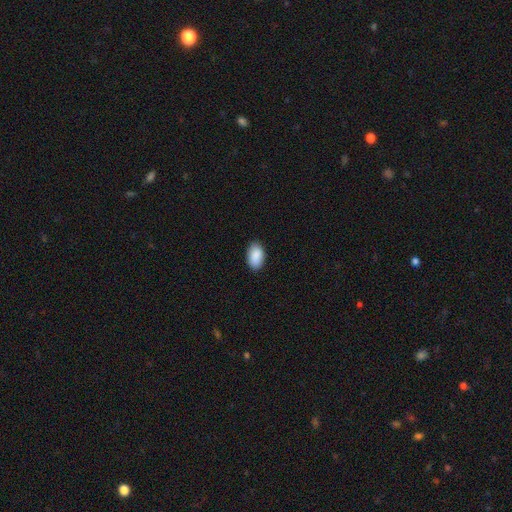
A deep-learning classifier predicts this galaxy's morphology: smooth_or_featured: smooth (p=0.90) [alt: star or artifact p=0.06]
how_rounded: in between (p=0.94) [alt: round p=0.05]
merging: none (p=0.87) [alt: minor disturbance p=0.10]